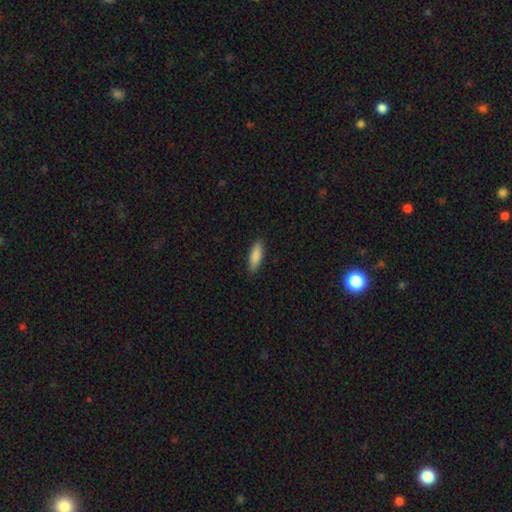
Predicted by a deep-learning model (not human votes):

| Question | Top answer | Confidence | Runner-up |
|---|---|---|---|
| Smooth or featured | smooth | 88% | featured or disk (6%) |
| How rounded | in between | 53% | cigar-shaped (45%) |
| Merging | none | 88% | minor disturbance (9%) |